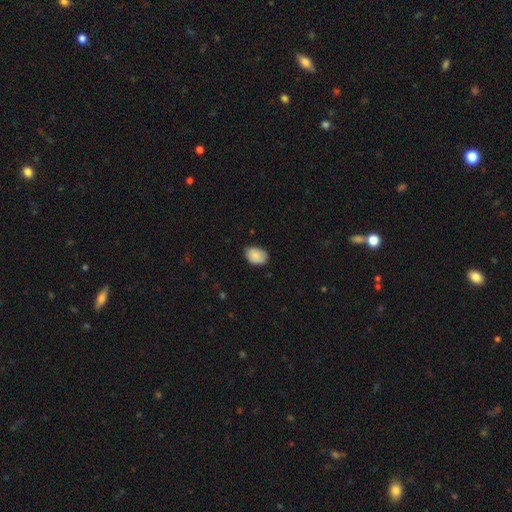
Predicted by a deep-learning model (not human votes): smooth_or_featured: smooth (p=0.83) [alt: featured or disk p=0.10]
how_rounded: in between (p=0.81) [alt: round p=0.18]
merging: none (p=0.73) [alt: minor disturbance p=0.23]